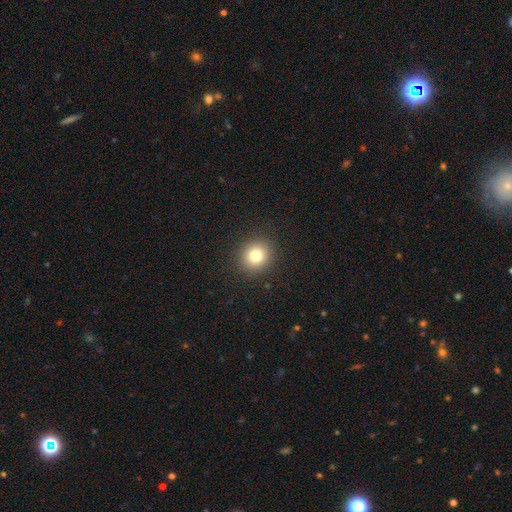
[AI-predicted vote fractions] The model was most divided on "smooth or featured": smooth: 80%, star or artifact: 12%, featured or disk: 8%. More confident: merging — none (91%); how rounded — round (86%).